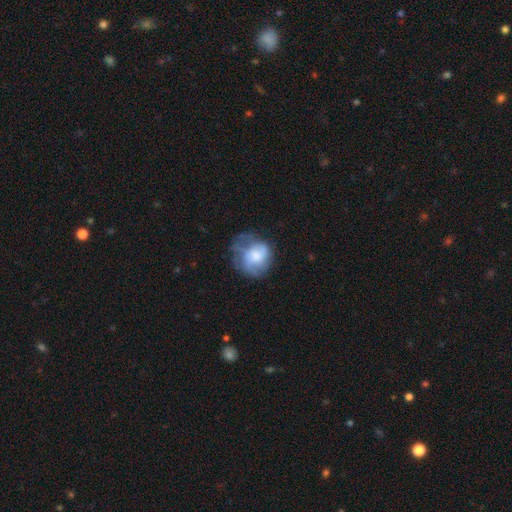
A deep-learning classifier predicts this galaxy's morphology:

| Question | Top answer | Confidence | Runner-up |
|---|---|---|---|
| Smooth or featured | smooth | 51% | featured or disk (41%) |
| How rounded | round | 71% | in between (28%) |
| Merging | none | 40% | minor disturbance (30%) |